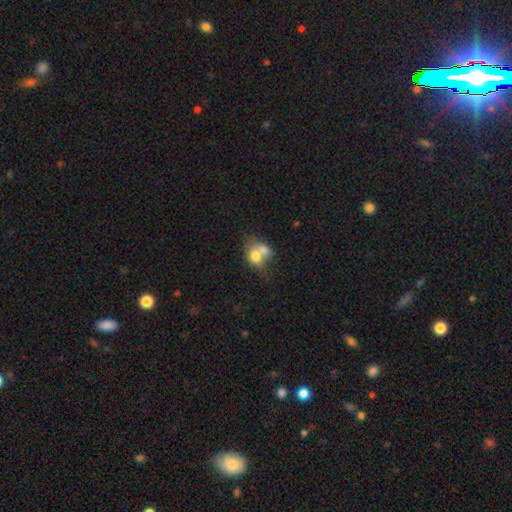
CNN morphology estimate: smooth_or_featured: smooth (p=0.71) [alt: featured or disk p=0.21]
how_rounded: round (p=0.51) [alt: in between p=0.48]
merging: merger (p=0.65) [alt: none p=0.21]